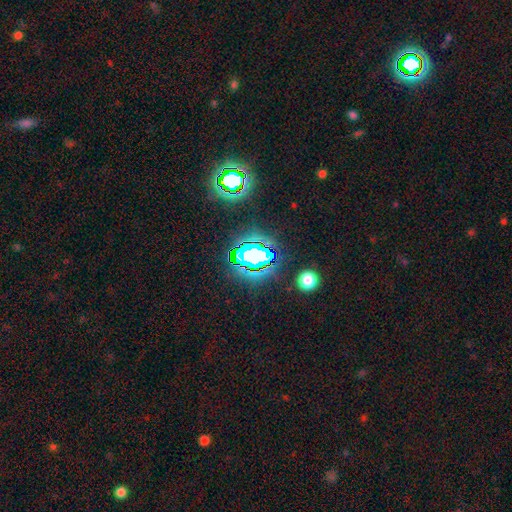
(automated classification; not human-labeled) Smooth or featured? star or artifact (64%)